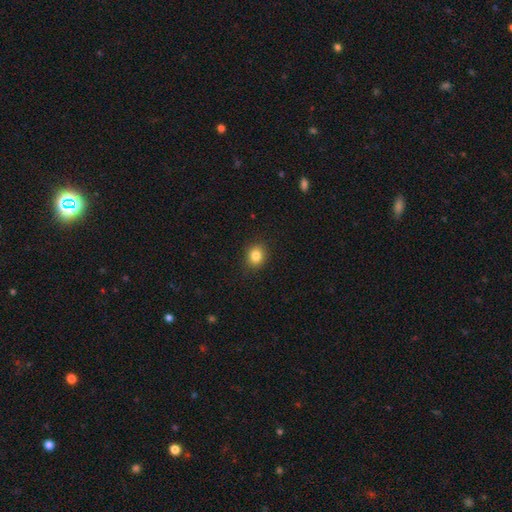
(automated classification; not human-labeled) smooth 83%, star or artifact 11%, featured or disk 5%. Down the decision tree: how rounded — round (71%); merging — none (88%).